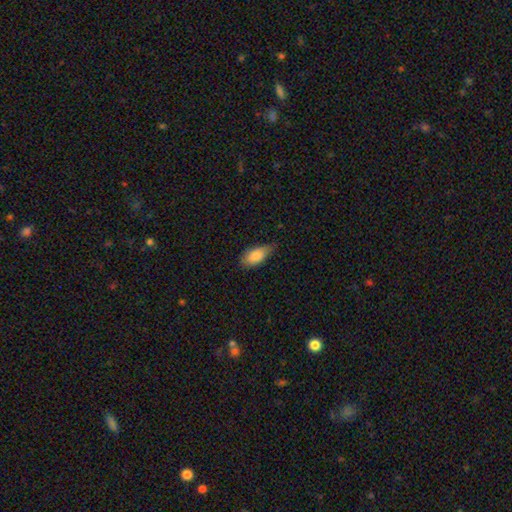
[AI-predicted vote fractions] Smooth or featured: smooth — 84% (featured or disk — 10%)
How rounded: in between — 91% (cigar-shaped — 6%)
Merging: none — 58% (minor disturbance — 35%)